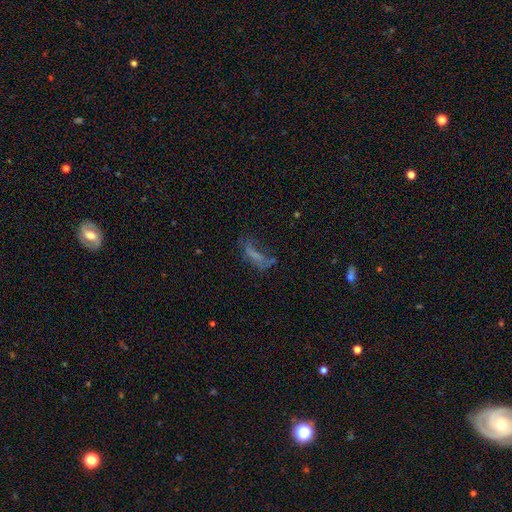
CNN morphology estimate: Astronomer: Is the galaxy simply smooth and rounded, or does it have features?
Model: smooth — 44% (runner-up: featured or disk, 36%).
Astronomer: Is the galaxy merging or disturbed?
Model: major disturbance — 36%, tied with none at 36%.